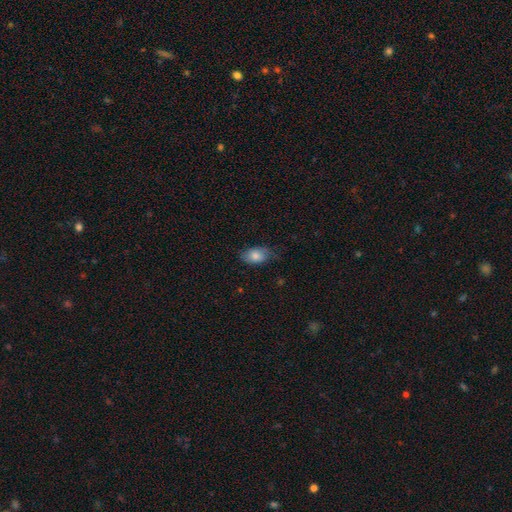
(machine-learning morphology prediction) This appears to be a smooth galaxy with no disk features (81%) that is in between round and cigar-shaped (88%). Merging: none (66%).